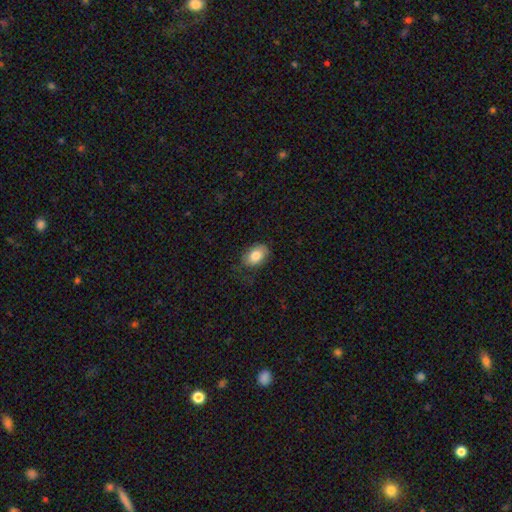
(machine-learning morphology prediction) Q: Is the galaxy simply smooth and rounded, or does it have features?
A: smooth — 81%.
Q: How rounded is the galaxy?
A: in between — 87%.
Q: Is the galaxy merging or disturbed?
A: none — 72%.